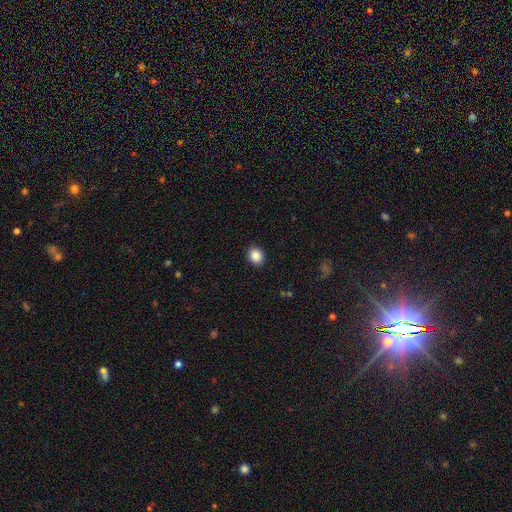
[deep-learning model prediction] smooth-or-featured: smooth: 88% | star or artifact: 9% | featured or disk: 3%
  how-rounded: round: 62% | in between: 37% | cigar-shaped: 1%
  merging: none: 90% | minor disturbance: 7% | major disturbance: 2% | merger: 1%